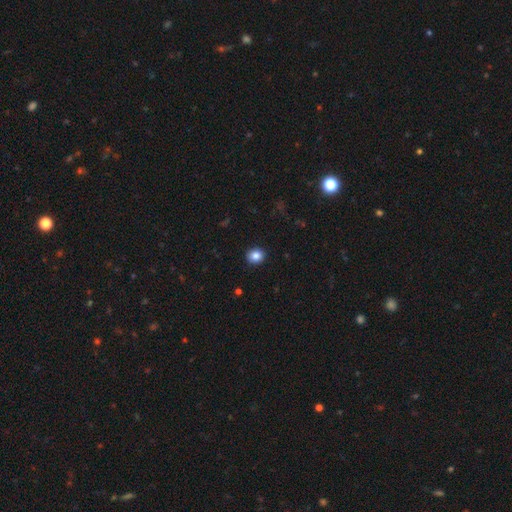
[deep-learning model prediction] Q: Smooth or featured?
A: smooth (85%); runner-up: star or artifact (10%)
Q: How rounded?
A: round (80%); runner-up: in between (19%)
Q: Merging?
A: none (92%); runner-up: minor disturbance (6%)